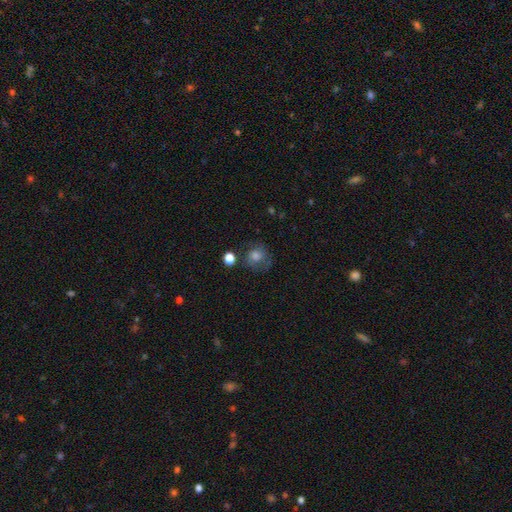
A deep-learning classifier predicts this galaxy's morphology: A smooth galaxy with no disk features (65%) that is round (79%). Merging: none (63%).